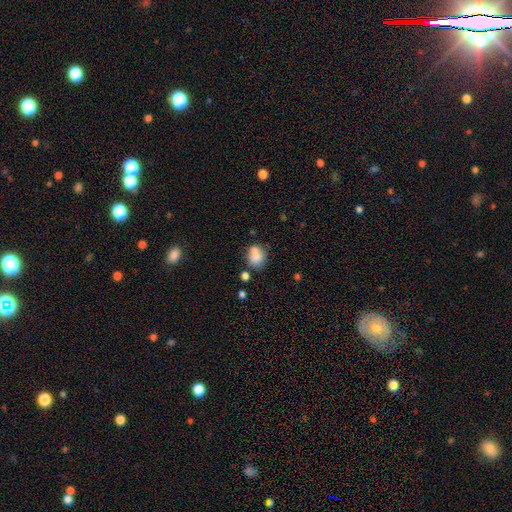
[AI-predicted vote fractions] smooth_or_featured: smooth (p=0.80) [alt: featured or disk p=0.10]
how_rounded: round (p=0.50) [alt: in between p=0.49]
merging: none (p=0.53) [alt: merger p=0.20]